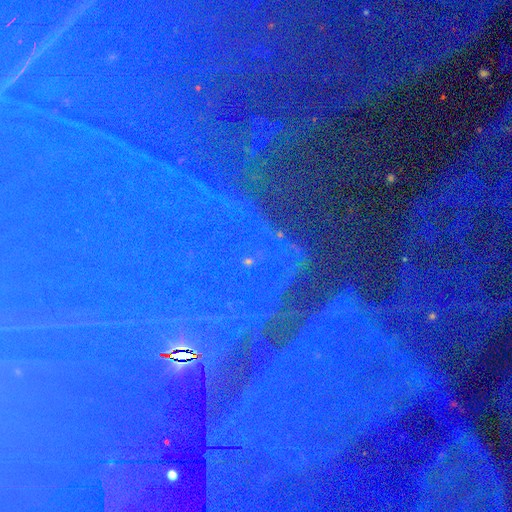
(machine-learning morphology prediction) Smooth or featured? star or artifact (87%)